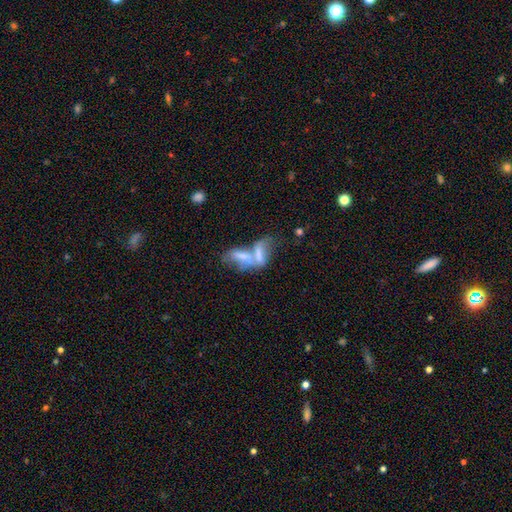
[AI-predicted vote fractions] Smooth or featured? Predicted: smooth (p=0.53). How rounded? Predicted: in between (p=0.73). Merging? Predicted: merger (p=0.70).